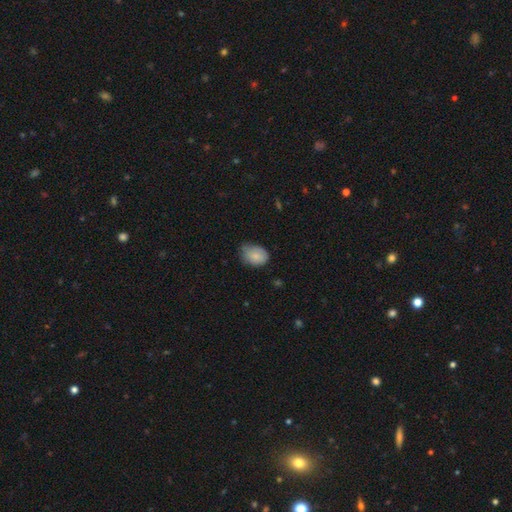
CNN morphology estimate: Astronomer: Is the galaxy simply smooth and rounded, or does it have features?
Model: smooth — 81%.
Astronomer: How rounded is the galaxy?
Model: in between — 73%.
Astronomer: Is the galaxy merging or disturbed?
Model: none — 51% (runner-up: minor disturbance, 40%).